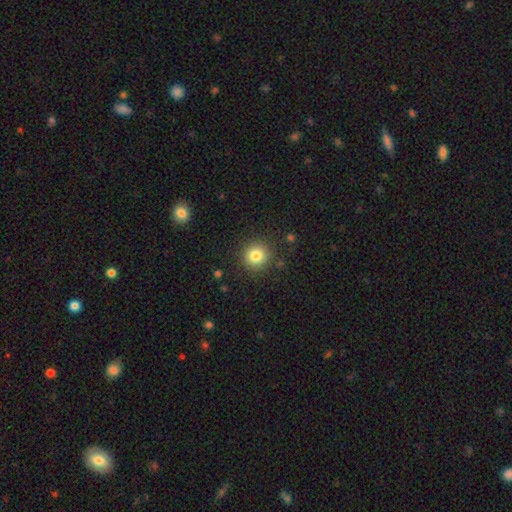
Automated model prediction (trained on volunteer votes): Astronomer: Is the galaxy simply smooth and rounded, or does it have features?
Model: smooth — 82%.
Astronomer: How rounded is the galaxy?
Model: round — 92%.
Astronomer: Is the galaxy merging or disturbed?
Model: none — 88%.